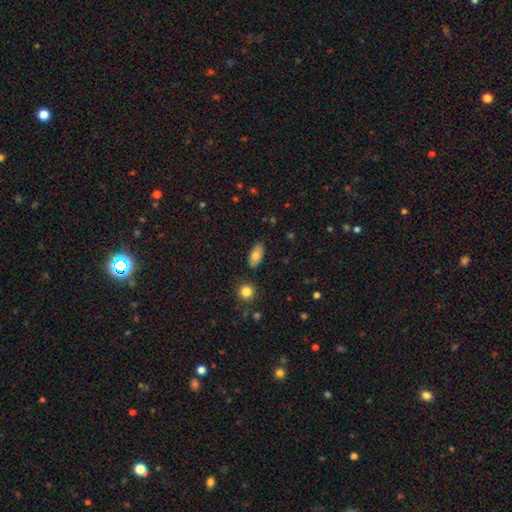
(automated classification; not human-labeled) A smooth galaxy with no disk features (77%) that is in between round and cigar-shaped (88%).

Vote fractions:
- Smooth or featured? smooth: 77% / featured or disk: 15% / star or artifact: 8%
- How rounded? in between: 88% / cigar-shaped: 8% / round: 4%
- Merging? none: 82% / minor disturbance: 13% / merger: 3% / major disturbance: 3%